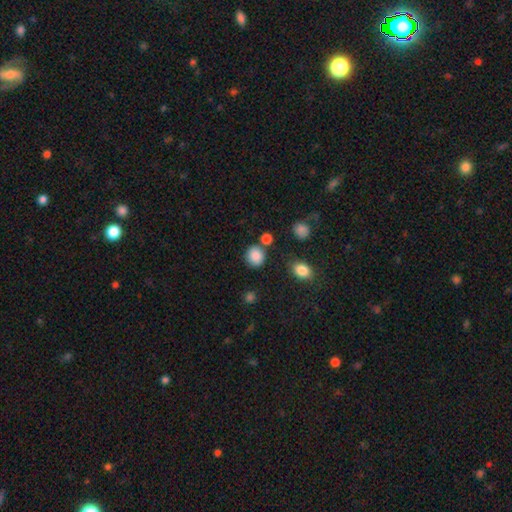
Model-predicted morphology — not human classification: This is clearly a smooth galaxy (86%). How rounded: likely round (79%). Merging: likely none (77%).